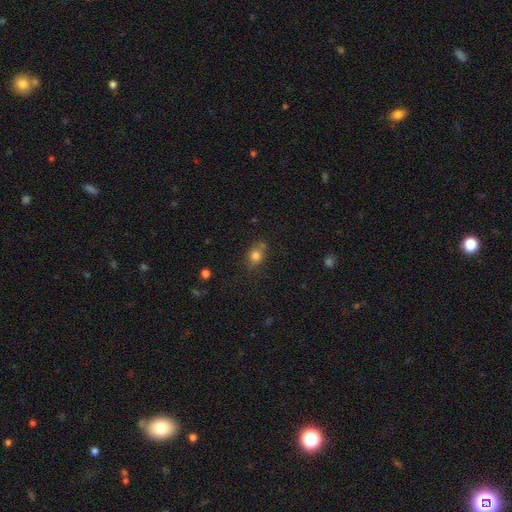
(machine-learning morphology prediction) The model was most divided on "how rounded": round: 50%, in between: 48%, cigar-shaped: 2%. More confident: smooth or featured — smooth (77%); merging — none (64%).